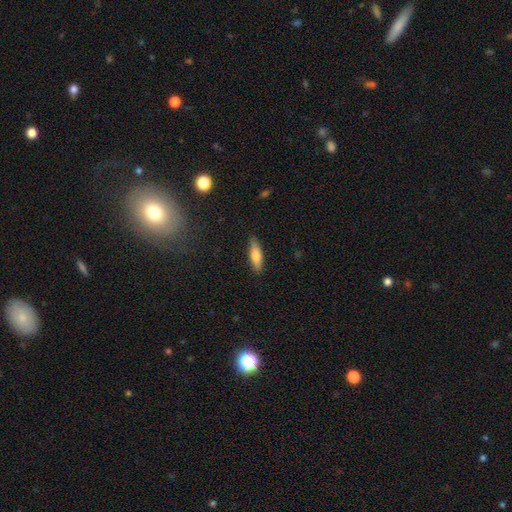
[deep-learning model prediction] This appears to be a smooth galaxy with no disk features (76%) that is cigar-shaped (55%). Merging: none (87%).